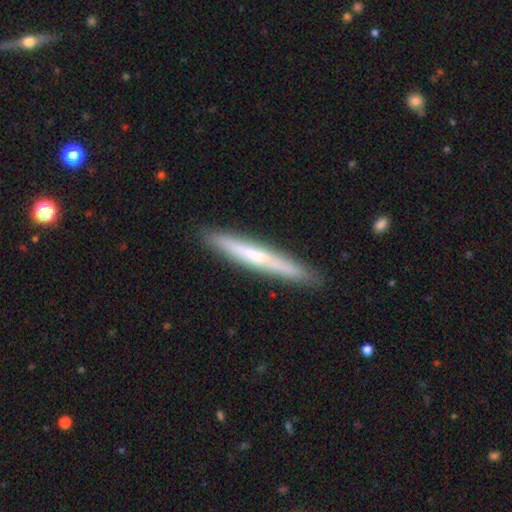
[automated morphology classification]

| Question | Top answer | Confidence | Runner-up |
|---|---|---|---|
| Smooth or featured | featured or disk | 49% | smooth (45%) |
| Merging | none | 90% | minor disturbance (7%) |